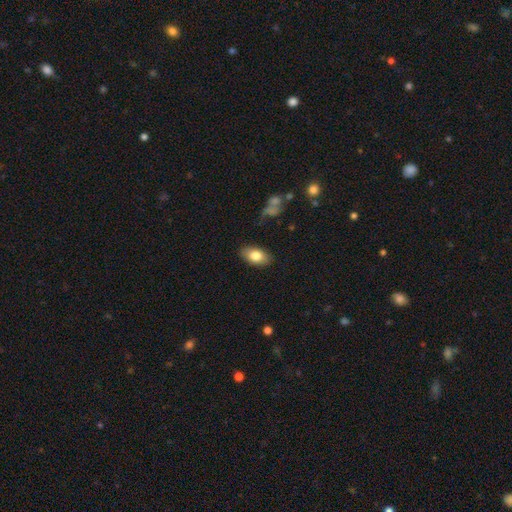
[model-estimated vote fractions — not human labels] A smooth galaxy with no disk features (80%) that is in between round and cigar-shaped (92%).

Vote fractions:
- Smooth or featured? smooth: 80% / featured or disk: 13% / star or artifact: 7%
- How rounded? in between: 92% / round: 6% / cigar-shaped: 2%
- Merging? none: 85% / minor disturbance: 11% / major disturbance: 3% / merger: 1%